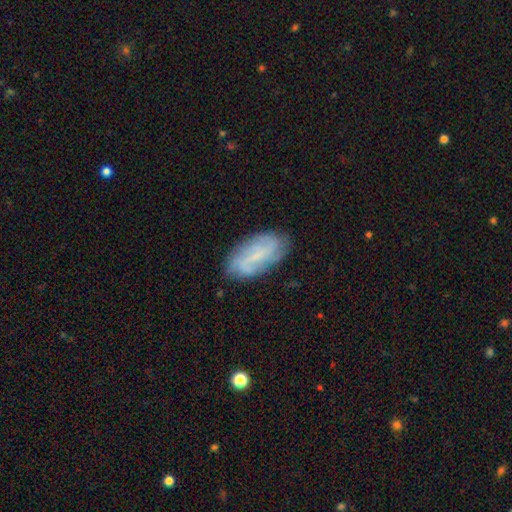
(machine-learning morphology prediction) smooth_or_featured: featured or disk (p=0.56) [alt: smooth p=0.36]
disk_edge_on: no (p=0.93) [alt: yes p=0.07]
bar: weak (p=0.45) [alt: no p=0.38]
has_spiral_arms: yes (p=0.80) [alt: no p=0.20]
bulge_size: small (p=0.53) [alt: none p=0.32]
merging: none (p=0.77) [alt: minor disturbance p=0.17]